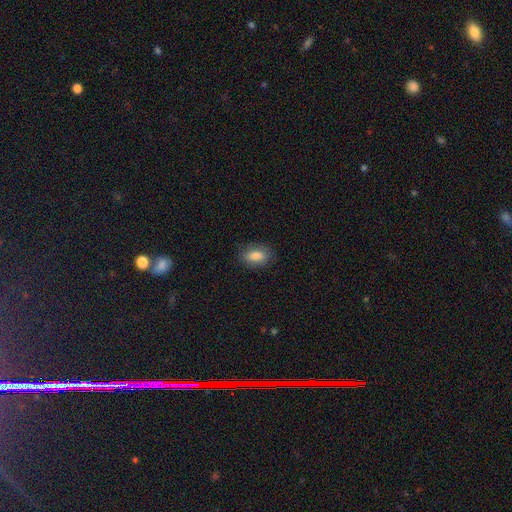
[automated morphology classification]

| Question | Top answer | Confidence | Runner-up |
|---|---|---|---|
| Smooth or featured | smooth | 83% | featured or disk (9%) |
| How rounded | in between | 87% | round (10%) |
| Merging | none | 82% | minor disturbance (14%) |